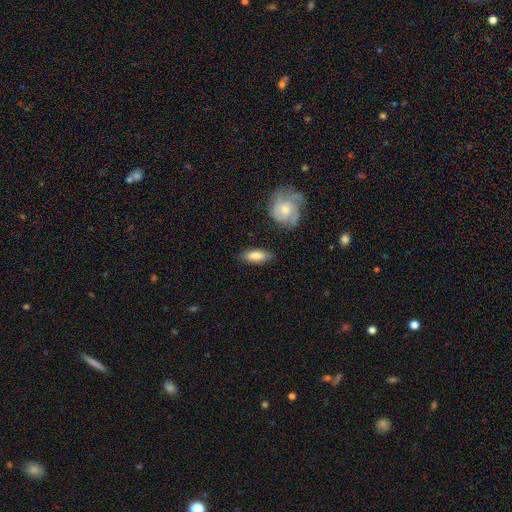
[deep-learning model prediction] smooth-or-featured: smooth: 80% | featured or disk: 14% | star or artifact: 6%
  how-rounded: in between: 74% | cigar-shaped: 24% | round: 2%
  merging: none: 79% | minor disturbance: 15% | major disturbance: 3% | merger: 3%